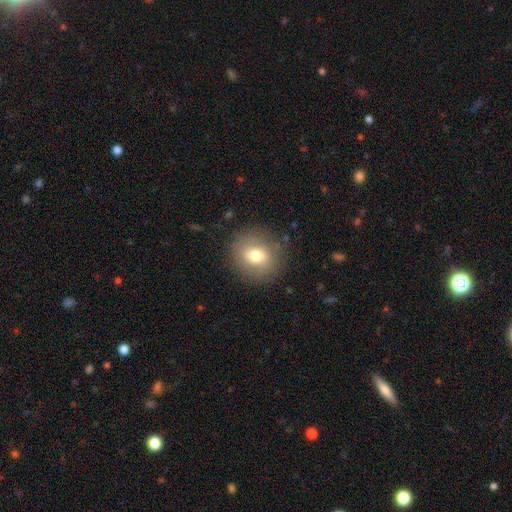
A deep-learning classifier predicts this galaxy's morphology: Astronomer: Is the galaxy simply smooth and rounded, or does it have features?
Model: smooth — 70%.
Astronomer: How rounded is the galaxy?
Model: round — 82%.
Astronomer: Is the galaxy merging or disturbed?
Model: none — 85%.